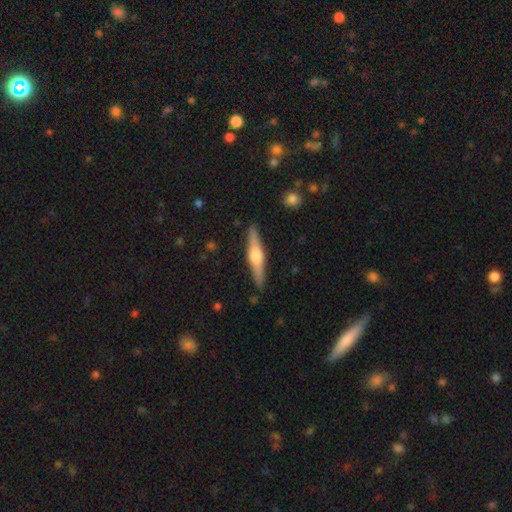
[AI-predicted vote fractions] A featured or disk galaxy (71%) viewed edge-on (98%) with a rounded central bulge (88%).

Vote fractions:
- Smooth or featured? featured or disk: 71% / smooth: 23% / star or artifact: 5%
- Edge-on disk? yes: 98% / no: 2%
- Edge-on bulge? rounded: 88% / boxy: 9% / none: 3%
- Merging? none: 90% / minor disturbance: 8% / major disturbance: 2% / merger: 1%